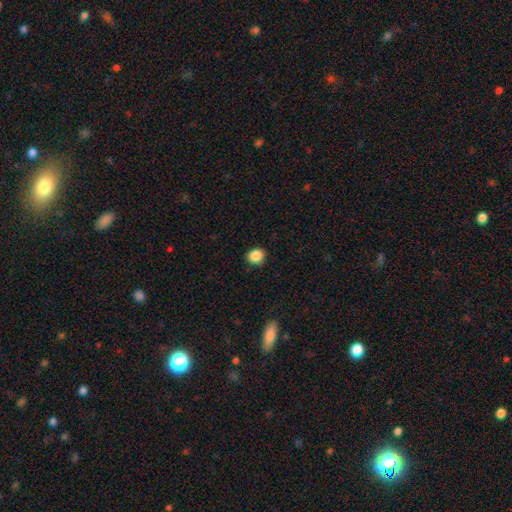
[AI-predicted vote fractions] smooth-or-featured: smooth: 87% | star or artifact: 10% | featured or disk: 3%
  how-rounded: round: 77% | in between: 22% | cigar-shaped: 1%
  merging: none: 88% | minor disturbance: 9% | major disturbance: 2% | merger: 1%